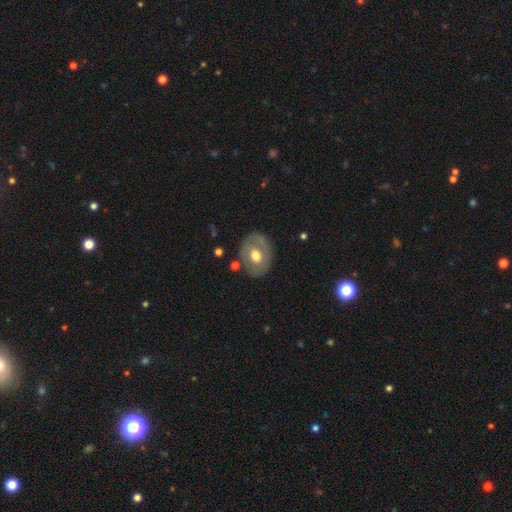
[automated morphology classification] A smooth galaxy with no disk features (52%) that is in between round and cigar-shaped (61%).

Vote fractions:
- Smooth or featured? smooth: 52% / featured or disk: 42% / star or artifact: 6%
- How rounded? in between: 61% / round: 38% / cigar-shaped: 1%
- Merging? none: 78% / minor disturbance: 14% / major disturbance: 5% / merger: 3%